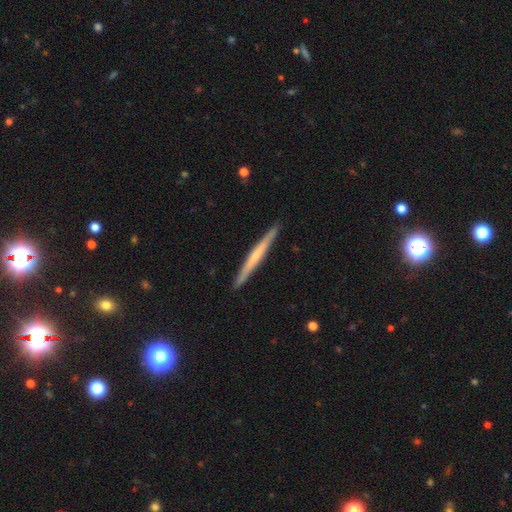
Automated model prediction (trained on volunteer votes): Smooth or featured? Predicted: featured or disk (p=0.56). Edge-on disk? Predicted: yes (p=0.98). Edge-on bulge? Predicted: none (p=0.61). Merging? Predicted: none (p=0.93).